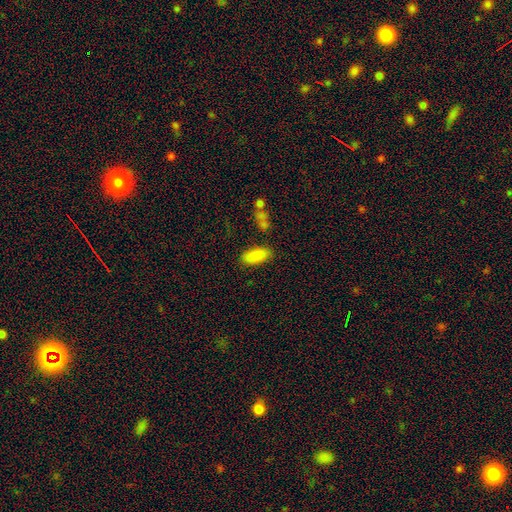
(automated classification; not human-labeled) Smooth or featured: smooth — 87% (star or artifact — 8%)
How rounded: in between — 83% (cigar-shaped — 15%)
Merging: none — 81% (minor disturbance — 12%)